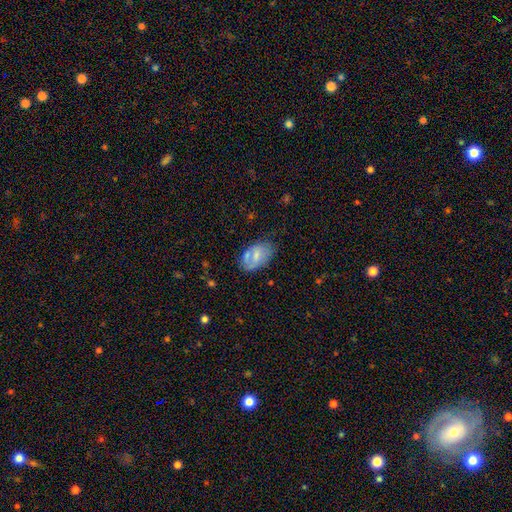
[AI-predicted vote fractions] A smooth galaxy with no disk features (55%) that is in between round and cigar-shaped (90%).

Vote fractions:
- Smooth or featured? smooth: 55% / featured or disk: 37% / star or artifact: 8%
- How rounded? in between: 90% / round: 8% / cigar-shaped: 2%
- Merging? none: 55% / minor disturbance: 30% / major disturbance: 12% / merger: 3%